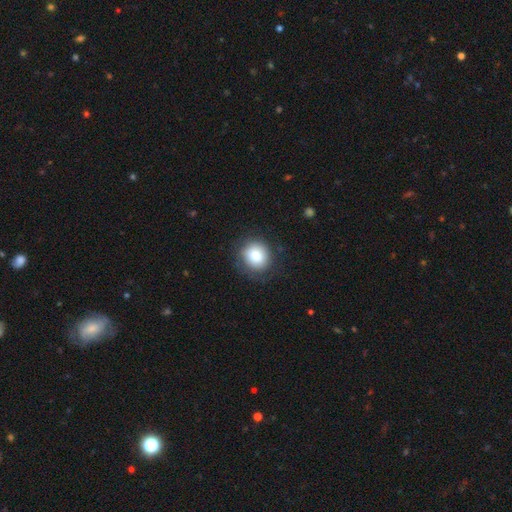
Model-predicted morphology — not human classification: The model was most divided on "merging": none: 82%, minor disturbance: 13%, major disturbance: 4%, merger: 1%. More confident: how rounded — round (87%); smooth or featured — smooth (81%).